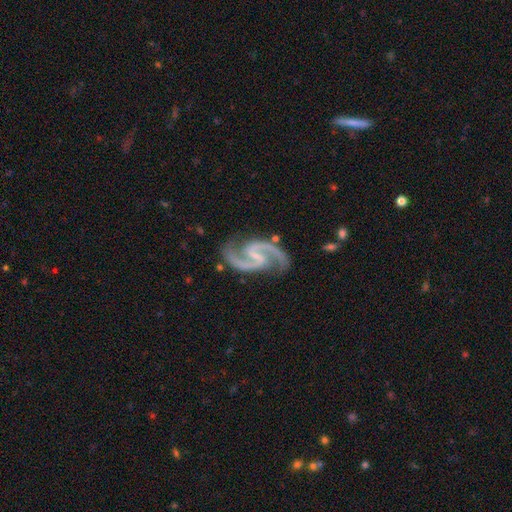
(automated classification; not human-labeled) smooth-or-featured: featured or disk: 95% | star or artifact: 3% | smooth: 2%
  disk-edge-on: no: 98% | yes: 2%
    bar: weak: 47% | strong: 30% | no: 23%
    has-spiral-arms: yes: 99% | no: 1%
      spiral-winding: medium: 67% | loose: 20% | tight: 13%
      spiral-arm-count: 2: 95% | 3: 1% | can't tell: 1% | 1: 1% | 4: 1% | more than 4: 1%
    bulge-size: small: 51% | none: 38% | moderate: 9% | large: 1% | dominant: 1%
  merging: none: 81% | minor disturbance: 13% | major disturbance: 4% | merger: 2%